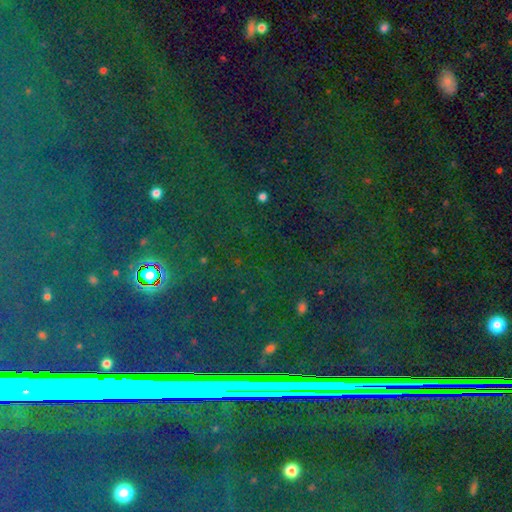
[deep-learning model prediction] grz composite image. It shows a star or artifact, not a galaxy (84%).